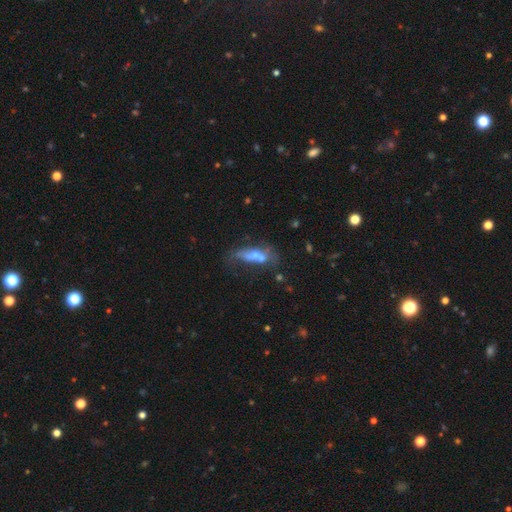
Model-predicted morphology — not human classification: This is possibly a smooth galaxy (46%). Merging: marginally merger (39%).